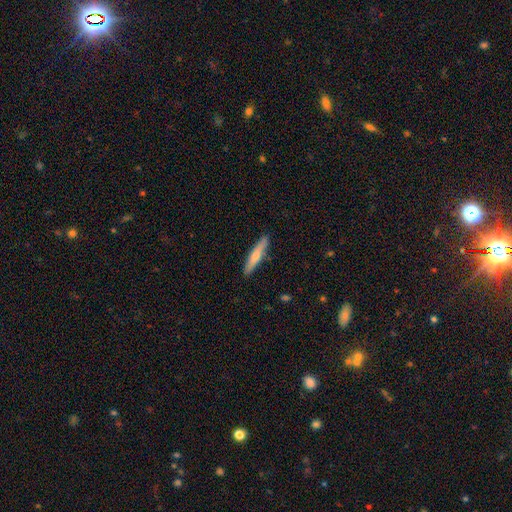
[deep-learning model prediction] This appears to be a smooth galaxy with no disk features (65%) that is cigar-shaped (90%). Merging: none (88%).